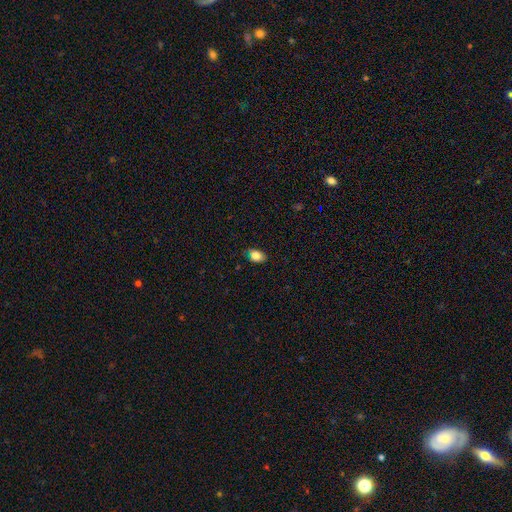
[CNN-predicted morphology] This is clearly a smooth galaxy (84%). How rounded: clearly in between (82%). Merging: likely none (79%).